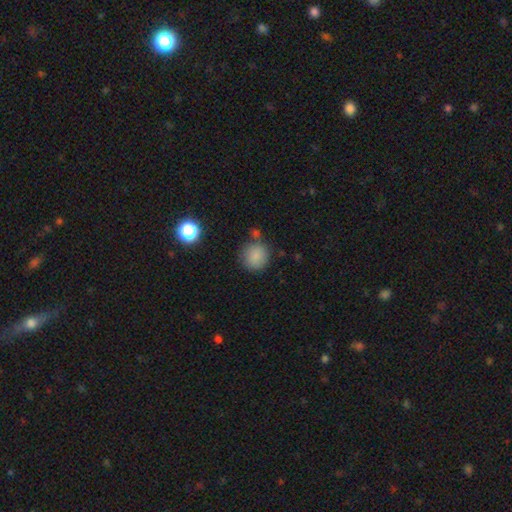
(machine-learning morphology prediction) A smooth galaxy with no disk features (83%) that is round (89%).

Vote fractions:
- Smooth or featured? smooth: 83% / star or artifact: 11% / featured or disk: 6%
- How rounded? round: 89% / in between: 10% / cigar-shaped: 1%
- Merging? none: 72% / minor disturbance: 14% / merger: 9% / major disturbance: 5%